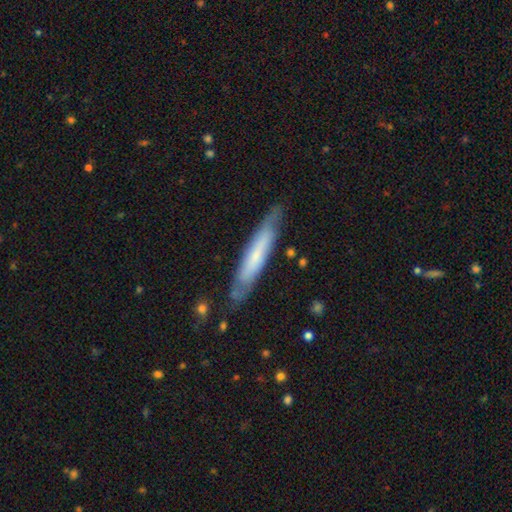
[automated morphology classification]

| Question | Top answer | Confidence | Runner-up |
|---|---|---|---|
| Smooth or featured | smooth | 50% | featured or disk (44%) |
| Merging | none | 78% | minor disturbance (17%) |